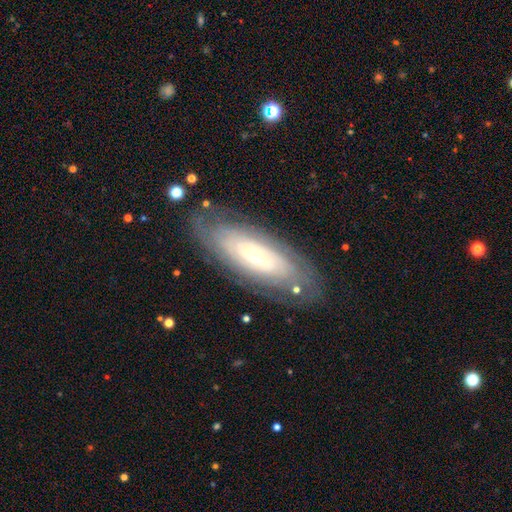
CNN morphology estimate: smooth_or_featured: featured or disk (p=0.73) [alt: smooth p=0.20]
disk_edge_on: no (p=0.85) [alt: yes p=0.15]
bar: no (p=0.78) [alt: weak p=0.16]
has_spiral_arms: yes (p=0.72) [alt: no p=0.28]
bulge_size: small (p=0.57) [alt: moderate p=0.37]
merging: none (p=0.79) [alt: minor disturbance p=0.13]